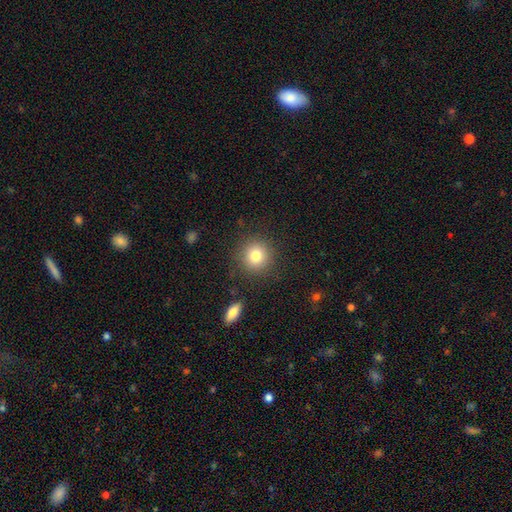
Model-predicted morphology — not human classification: smooth_or_featured: smooth (p=0.81) [alt: star or artifact p=0.11]
how_rounded: round (p=0.92) [alt: in between p=0.07]
merging: none (p=0.88) [alt: minor disturbance p=0.08]